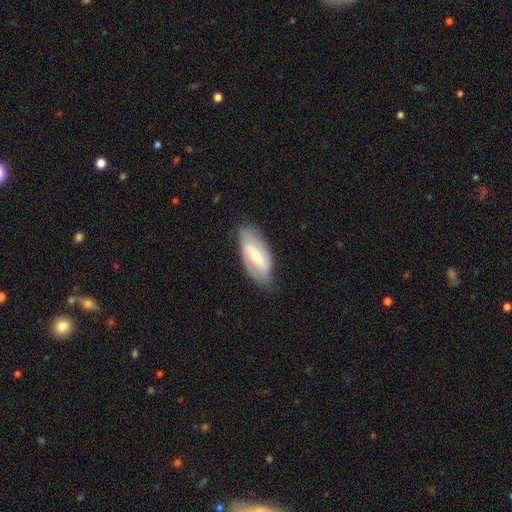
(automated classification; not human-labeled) Smooth or featured: featured or disk — 61% (smooth — 34%)
Edge-on disk: no — 89% (yes — 11%)
Bar: weak — 41% (strong — 35%)
Spiral arms: yes — 69% (no — 31%)
Bulge size: moderate — 56% (small — 39%)
Merging: none — 73% (minor disturbance — 20%)